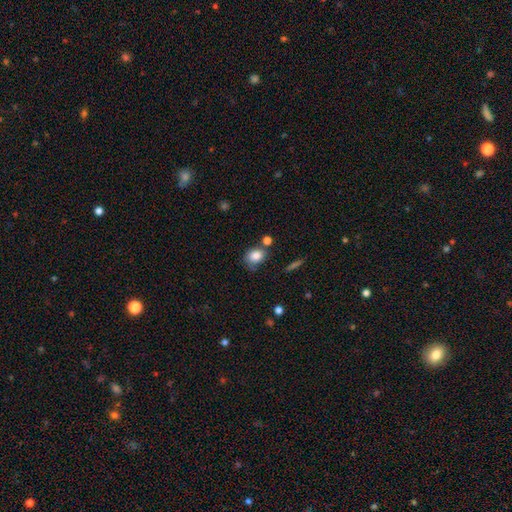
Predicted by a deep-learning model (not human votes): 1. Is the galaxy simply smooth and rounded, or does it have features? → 82% smooth, 9% star or artifact, 8% featured or disk.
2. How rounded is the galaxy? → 54% in between, 44% round, 1% cigar-shaped.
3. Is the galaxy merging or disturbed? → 57% none, 23% minor disturbance, 12% merger, 8% major disturbance.